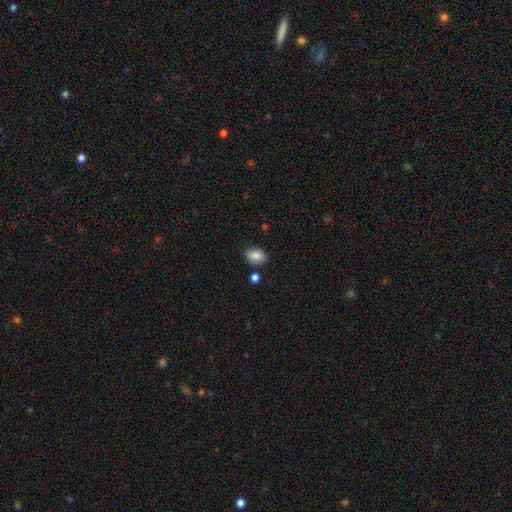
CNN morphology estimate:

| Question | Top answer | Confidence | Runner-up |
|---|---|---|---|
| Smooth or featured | smooth | 83% | star or artifact (8%) |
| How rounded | in between | 74% | round (25%) |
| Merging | none | 82% | minor disturbance (11%) |